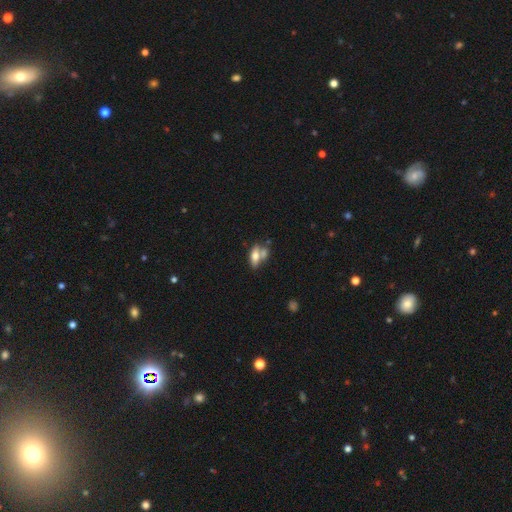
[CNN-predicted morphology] A smooth galaxy with no disk features (63%) that is in between round and cigar-shaped (77%). Merging: merger (42%).